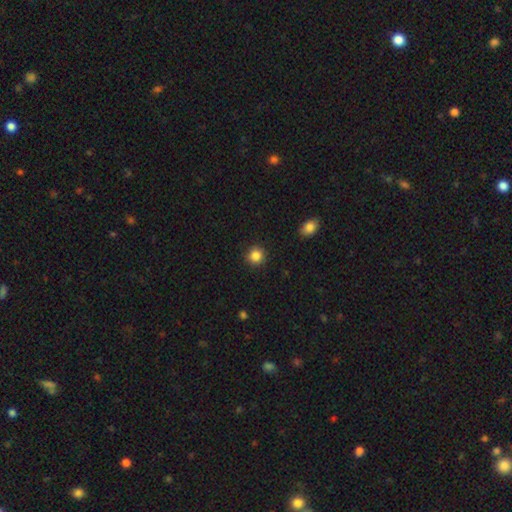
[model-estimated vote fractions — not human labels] The model was most divided on "smooth or featured": smooth: 86%, star or artifact: 10%, featured or disk: 3%. More confident: how rounded — round (93%); merging — none (91%).